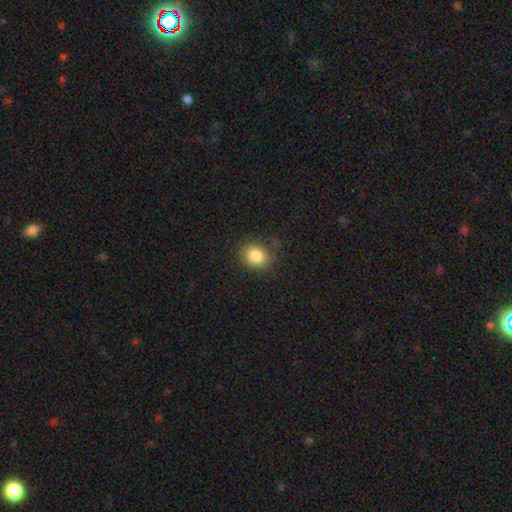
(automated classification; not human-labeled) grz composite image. It shows a smooth galaxy with no disk features (83%) that is round (63%). Merging: none (84%).